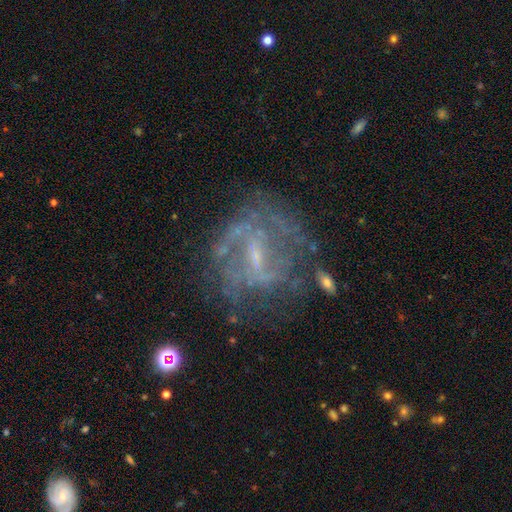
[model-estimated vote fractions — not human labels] smooth_or_featured: featured or disk (p=0.76) [alt: smooth p=0.12]
disk_edge_on: no (p=0.97) [alt: yes p=0.03]
bar: weak (p=0.50) [alt: no p=0.26]
has_spiral_arms: yes (p=0.66) [alt: no p=0.34]
bulge_size: small (p=0.60) [alt: moderate p=0.21]
merging: none (p=0.60) [alt: minor disturbance p=0.19]